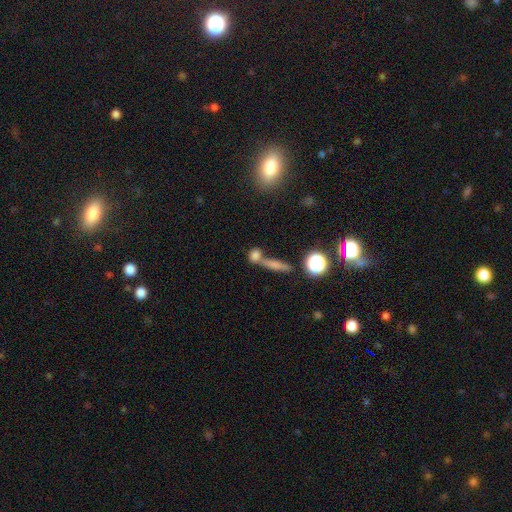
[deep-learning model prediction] Q: Smooth or featured?
A: smooth (70%); runner-up: featured or disk (15%)
Q: How rounded?
A: in between (38%); runner-up: round (35%)
Q: Merging?
A: merger (45%); runner-up: none (42%)